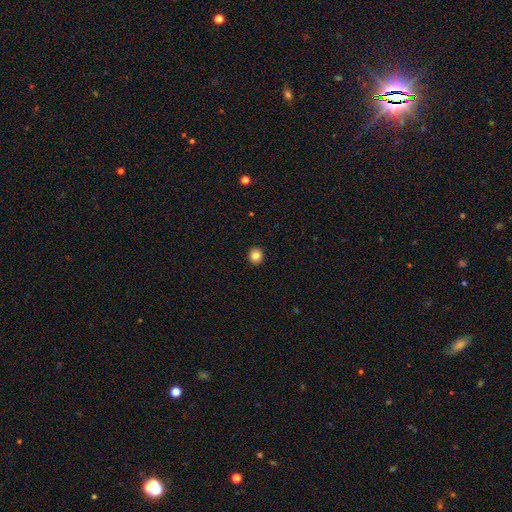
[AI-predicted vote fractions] smooth 84%, star or artifact 11%, featured or disk 5%. Down the decision tree: how rounded — round (91%); merging — none (93%).